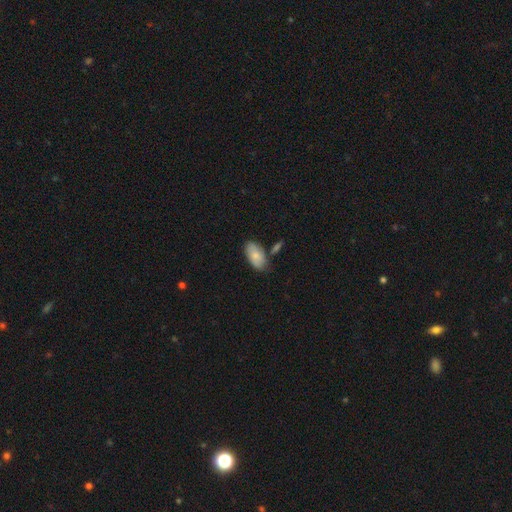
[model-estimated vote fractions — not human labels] A smooth galaxy with no disk features (75%) that is in between round and cigar-shaped (94%). Merging: none (70%).